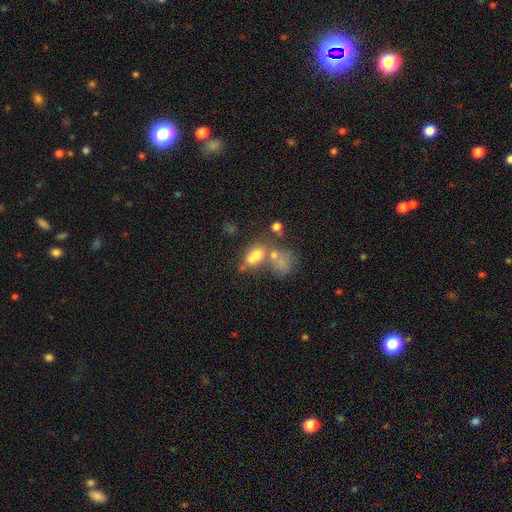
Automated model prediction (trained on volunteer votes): Smooth or featured?
  - smooth: 61% *
  - featured or disk: 23%
  - star or artifact: 16%
How rounded?
  - in between: 72% *
  - round: 25%
  - cigar-shaped: 3%
Merging?
  - merger: 51% *
  - none: 26%
  - major disturbance: 13%
  - minor disturbance: 11%